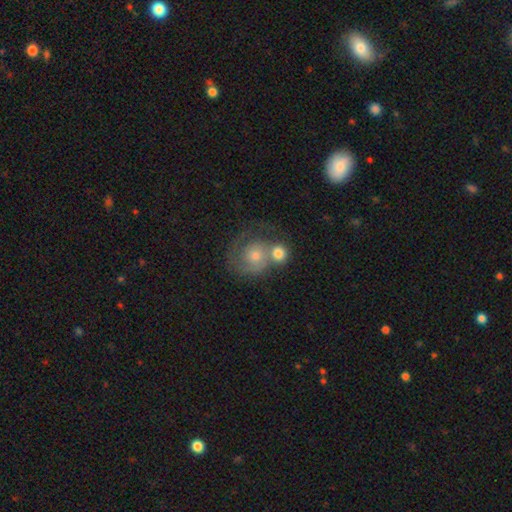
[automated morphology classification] smooth_or_featured: featured or disk (p=0.61) [alt: smooth p=0.24]
disk_edge_on: no (p=0.97) [alt: yes p=0.03]
bar: no (p=0.72) [alt: weak p=0.23]
has_spiral_arms: yes (p=0.82) [alt: no p=0.18]
bulge_size: moderate (p=0.53) [alt: small p=0.39]
merging: none (p=0.57) [alt: merger p=0.24]